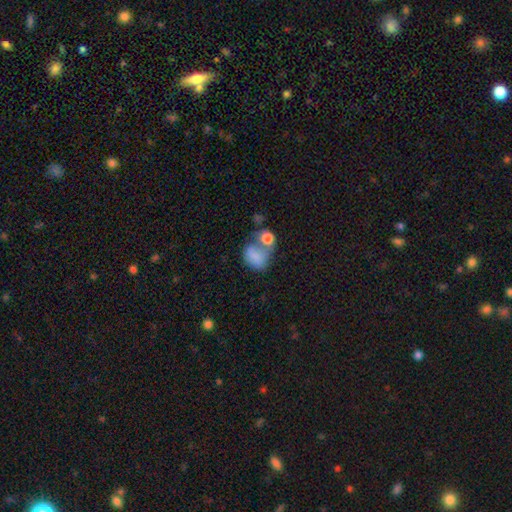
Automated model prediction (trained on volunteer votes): A smooth galaxy with no disk features (74%) that is in between round and cigar-shaped (59%).

Vote fractions:
- Smooth or featured? smooth: 74% / featured or disk: 16% / star or artifact: 9%
- How rounded? in between: 59% / round: 40% / cigar-shaped: 1%
- Merging? merger: 49% / none: 21% / major disturbance: 16% / minor disturbance: 13%